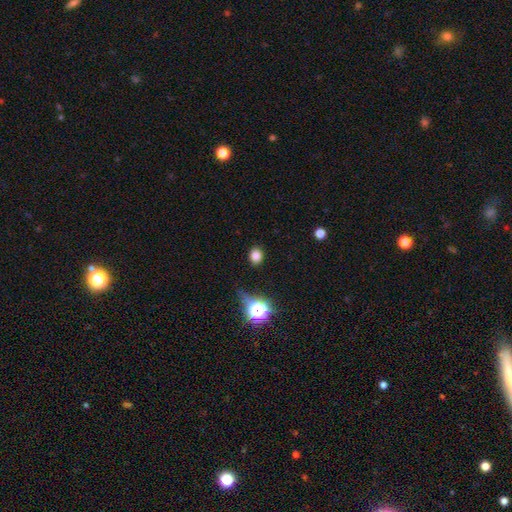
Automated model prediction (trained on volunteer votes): Morphology: type=smooth (79%); roundness=round (57%); merging=none (86%).